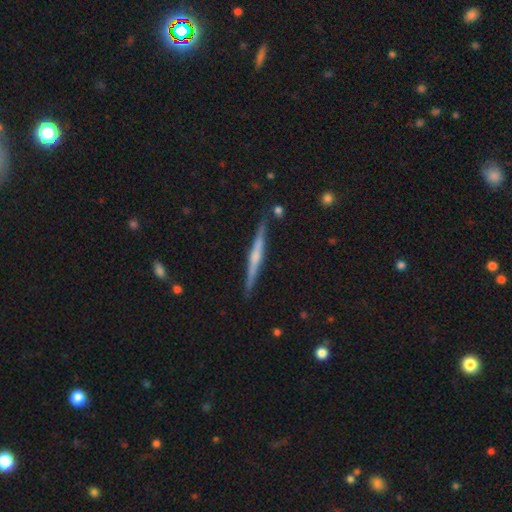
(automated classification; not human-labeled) Smooth or featured? featured or disk (69%)
Edge-on disk? yes (98%)
Edge-on bulge? rounded (52%)
Merging? none (88%)